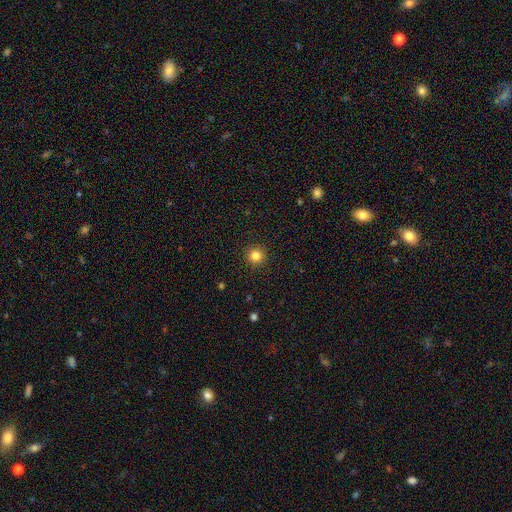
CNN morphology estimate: smooth_or_featured: smooth (p=0.83) [alt: star or artifact p=0.12]
how_rounded: round (p=0.95) [alt: in between p=0.04]
merging: none (p=0.92) [alt: minor disturbance p=0.05]